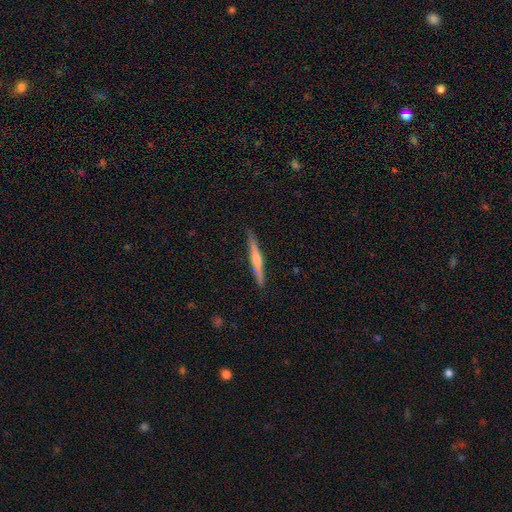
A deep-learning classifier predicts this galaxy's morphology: Smooth or featured: featured or disk — 64% (smooth — 30%)
Edge-on disk: yes — 98% (no — 2%)
Edge-on bulge: rounded — 74% (none — 18%)
Merging: none — 91% (minor disturbance — 7%)